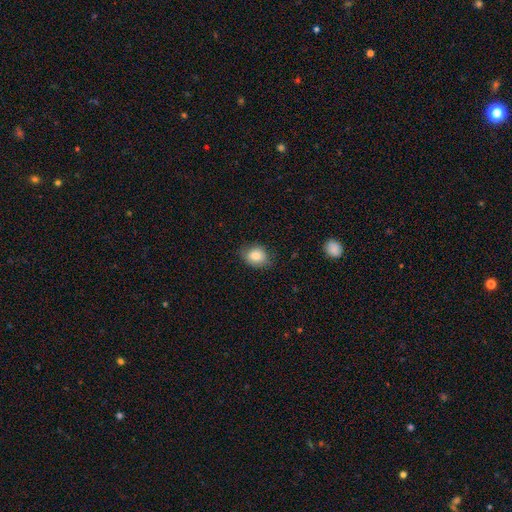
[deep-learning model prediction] Q: Smooth or featured?
A: smooth (83%); runner-up: featured or disk (9%)
Q: How rounded?
A: in between (50%); runner-up: round (49%)
Q: Merging?
A: none (74%); runner-up: minor disturbance (20%)